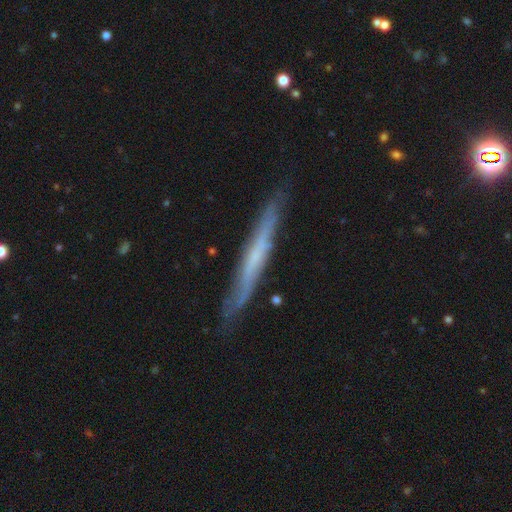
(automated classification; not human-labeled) Smooth or featured? featured or disk (61%)
Edge-on disk? yes (90%)
Edge-on bulge? none (75%)
Merging? none (82%)